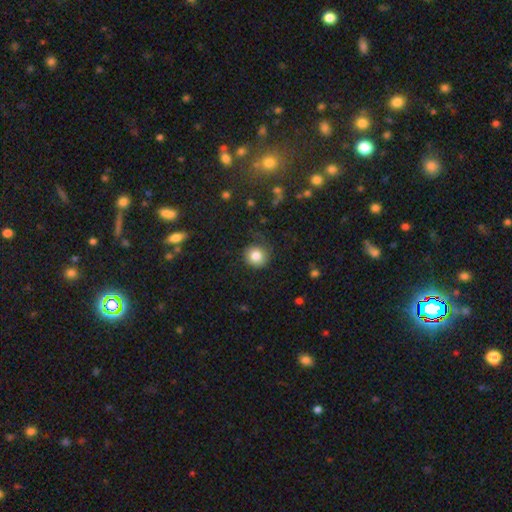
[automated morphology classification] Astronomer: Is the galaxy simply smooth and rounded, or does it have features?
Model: smooth — 82%.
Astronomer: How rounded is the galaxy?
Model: round — 90%.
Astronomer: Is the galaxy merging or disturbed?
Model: none — 73%.